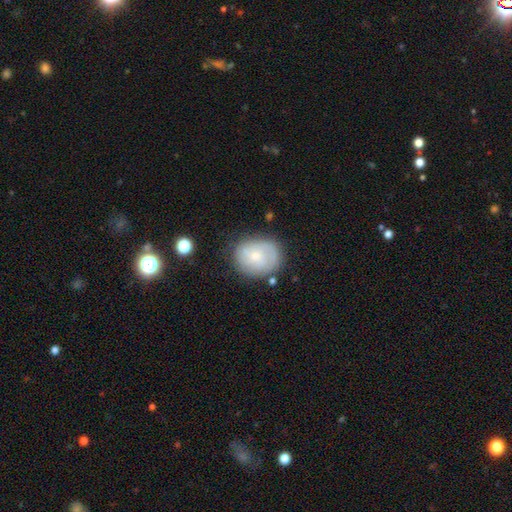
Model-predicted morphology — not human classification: Smooth or featured: featured or disk — 49% (smooth — 43%)
Merging: none — 72% (minor disturbance — 20%)